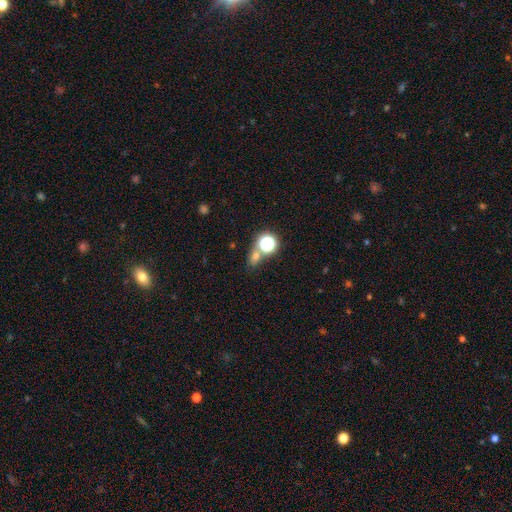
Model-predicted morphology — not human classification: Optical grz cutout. It shows a smooth galaxy with no disk features (55%) that is round (65%). Merging: none (61%).